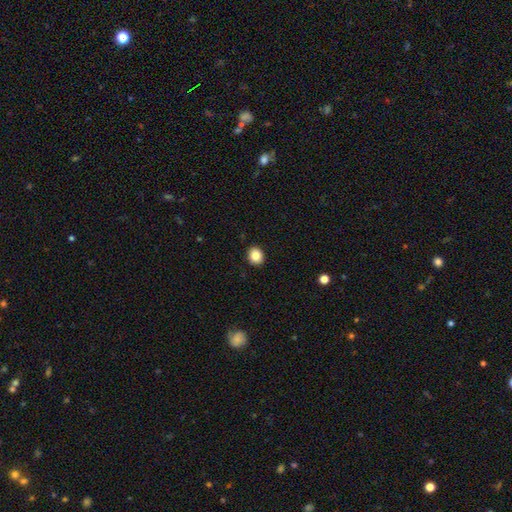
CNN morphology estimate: Smooth or featured: smooth — 86% (star or artifact — 9%)
How rounded: round — 64% (in between — 35%)
Merging: none — 91% (minor disturbance — 6%)